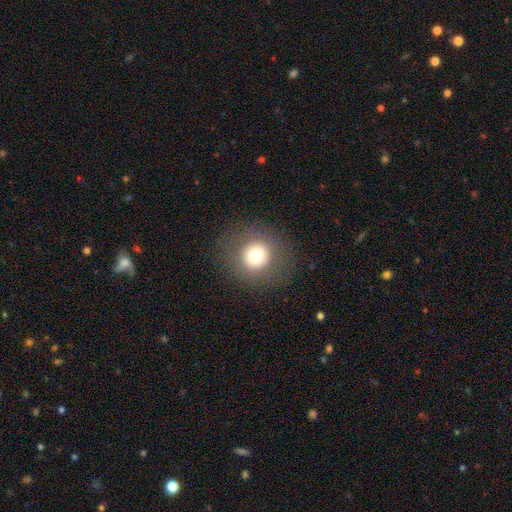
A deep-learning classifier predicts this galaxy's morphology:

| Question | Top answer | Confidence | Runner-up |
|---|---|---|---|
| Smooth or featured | smooth | 71% | featured or disk (16%) |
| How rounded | round | 93% | in between (6%) |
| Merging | none | 87% | minor disturbance (7%) |